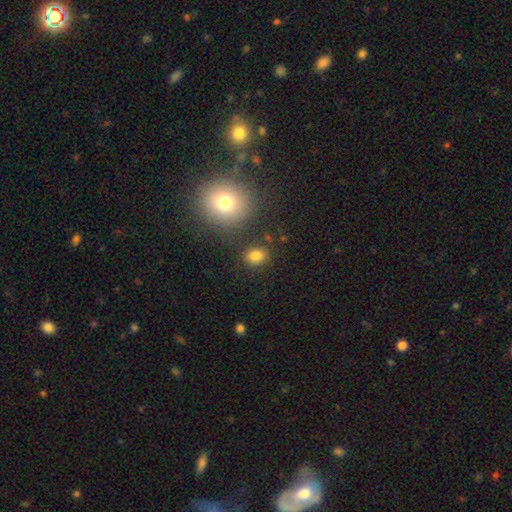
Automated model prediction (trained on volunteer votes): Smooth or featured? smooth (82%)
How rounded? in between (51%)
Merging? none (81%)